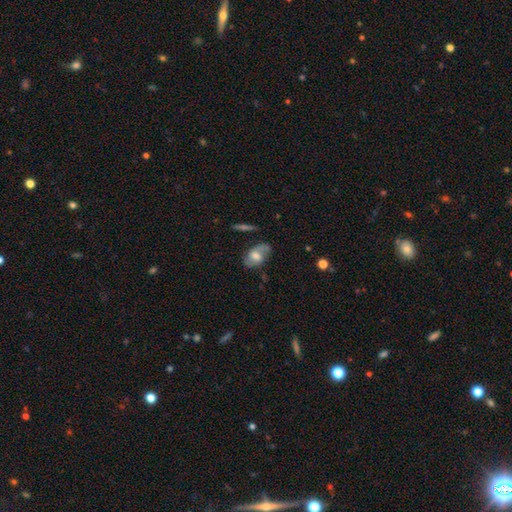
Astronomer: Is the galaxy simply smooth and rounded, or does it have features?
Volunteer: smooth — 54% (runner-up: featured or disk, 41%).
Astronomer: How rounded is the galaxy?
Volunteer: in between — 85%.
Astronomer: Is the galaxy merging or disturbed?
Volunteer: none — 71%.